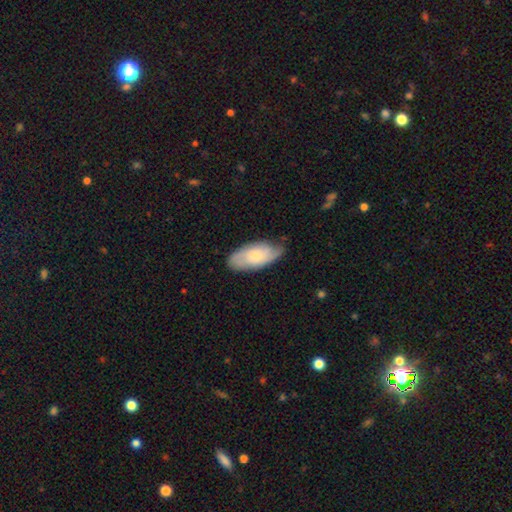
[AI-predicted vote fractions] Smooth or featured? smooth (55%)
How rounded? in between (89%)
Merging? none (69%)